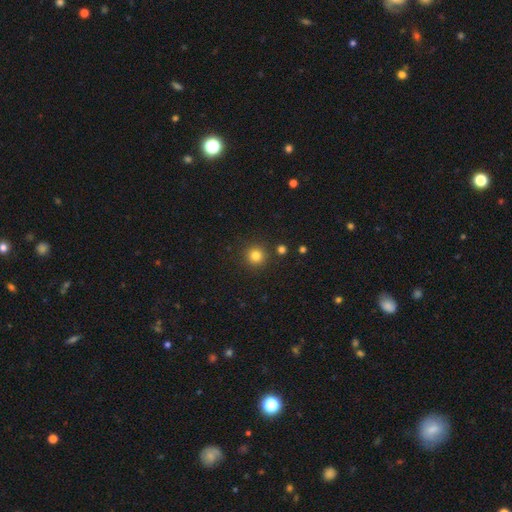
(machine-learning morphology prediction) Smooth or featured?
  - smooth: 82% *
  - star or artifact: 13%
  - featured or disk: 5%
How rounded?
  - round: 95% *
  - in between: 4%
  - cigar-shaped: 1%
Merging?
  - none: 88% *
  - minor disturbance: 6%
  - merger: 4%
  - major disturbance: 2%